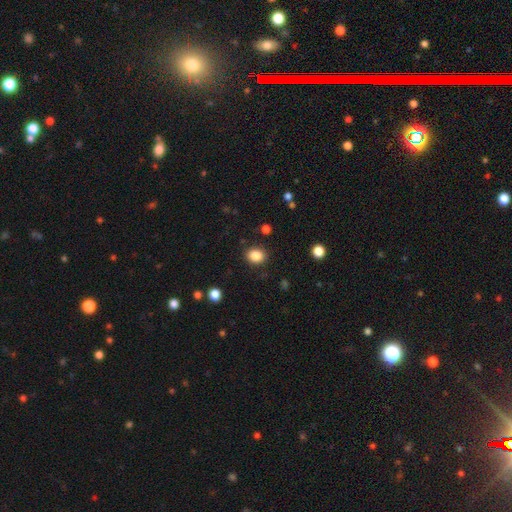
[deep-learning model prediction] Q: Smooth or featured?
A: smooth (86%); runner-up: star or artifact (10%)
Q: How rounded?
A: round (51%); runner-up: in between (49%)
Q: Merging?
A: none (88%); runner-up: minor disturbance (8%)